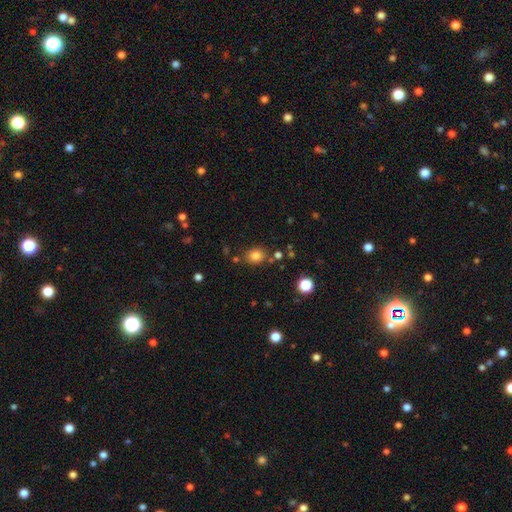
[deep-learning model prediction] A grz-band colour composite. It shows a smooth galaxy with no disk features (81%) that is round (60%). Merging: none (80%).